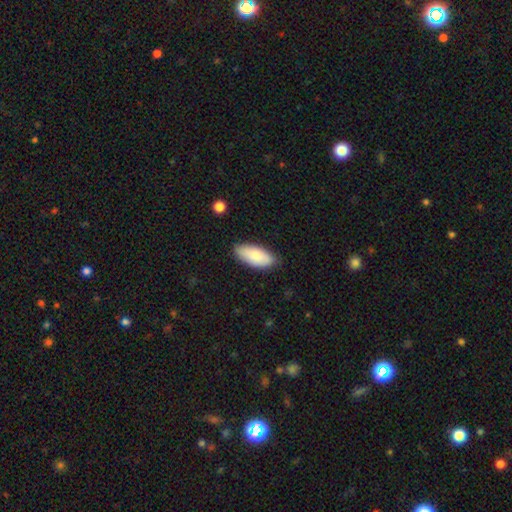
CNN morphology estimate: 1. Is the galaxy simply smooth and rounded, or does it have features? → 83% smooth, 12% featured or disk, 6% star or artifact.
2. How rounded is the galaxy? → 89% in between, 10% cigar-shaped, 2% round.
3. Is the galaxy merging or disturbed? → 82% none, 15% minor disturbance, 2% major disturbance, 1% merger.